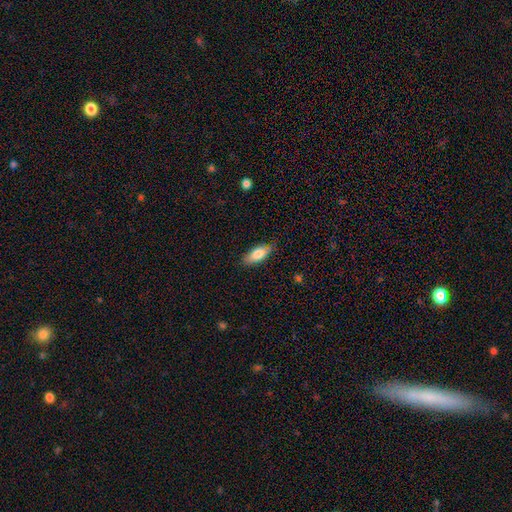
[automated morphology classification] Overall: smooth (81%). How rounded: in between (80%). Merging: none (82%).